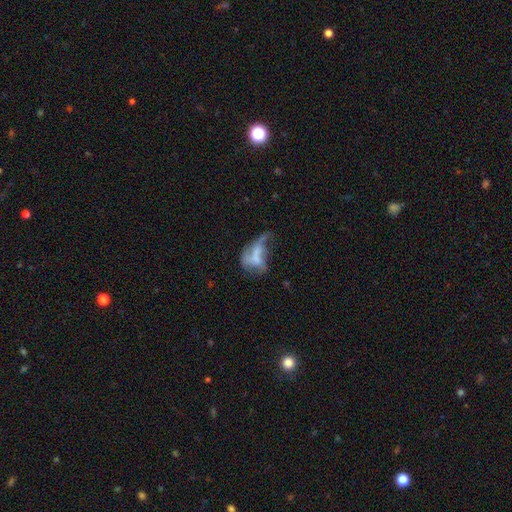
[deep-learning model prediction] Smooth or featured? featured or disk (48%)
Merging? major disturbance (50%)